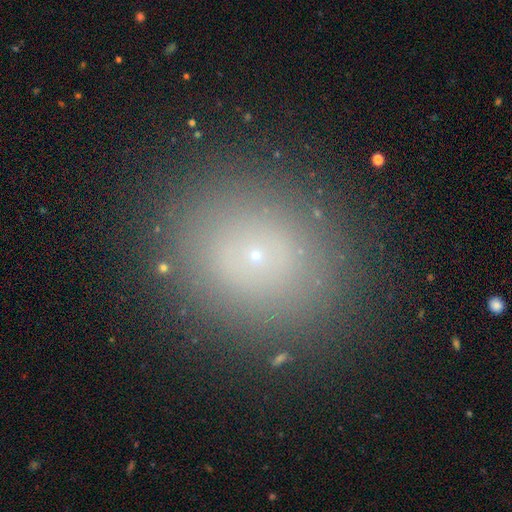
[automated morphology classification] This is likely a smooth galaxy (62%). How rounded: likely round (69%). Merging: clearly none (87%).